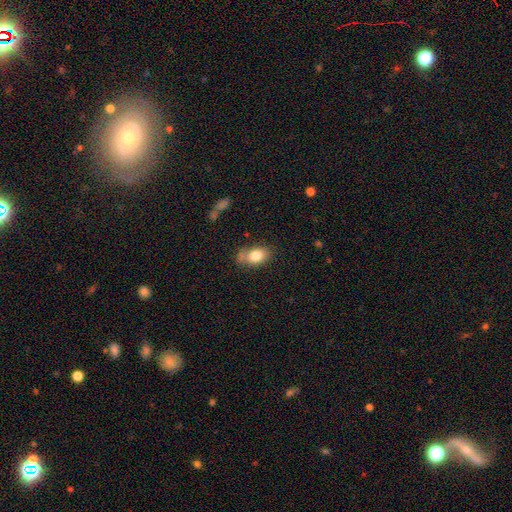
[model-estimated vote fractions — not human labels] smooth 79%, featured or disk 13%, star or artifact 9%. Down the decision tree: how rounded — in between (80%); merging — none (60%).